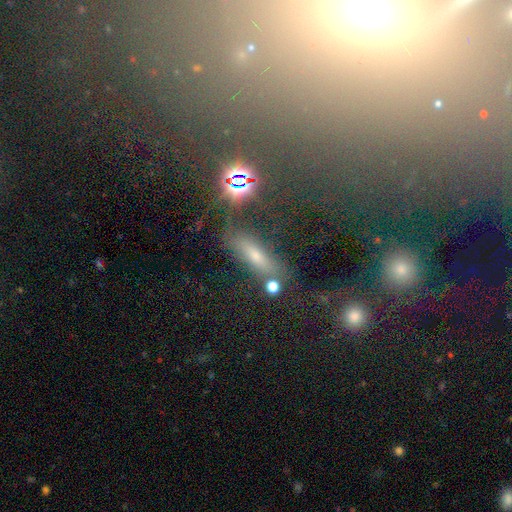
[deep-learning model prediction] Smooth or featured: smooth — 55% (star or artifact — 23%)
How rounded: cigar-shaped — 65% (in between — 29%)
Merging: none — 70% (minor disturbance — 15%)